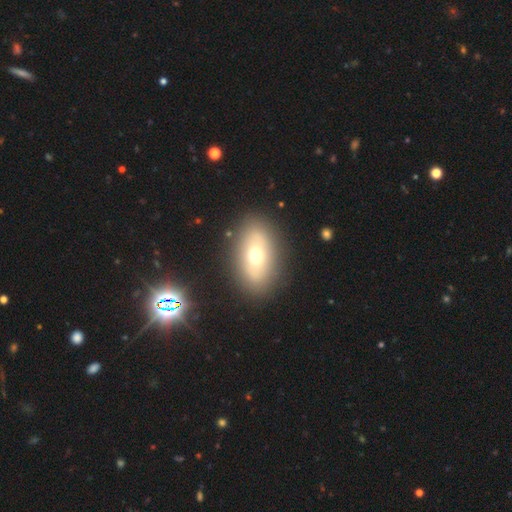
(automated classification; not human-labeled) smooth 58%, featured or disk 31%, star or artifact 11%. Down the decision tree: how rounded — in between (88%); merging — none (85%).